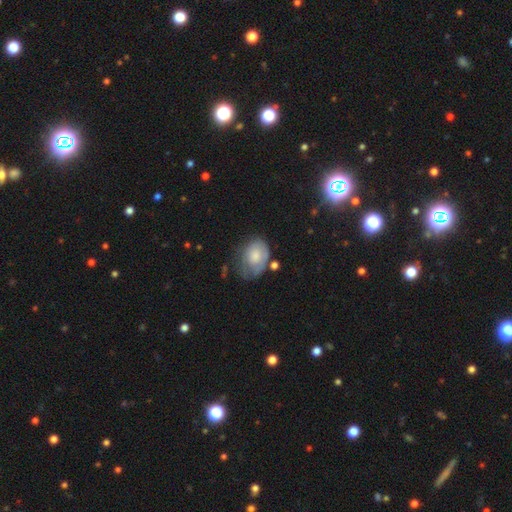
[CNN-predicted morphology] The model was most divided on "merging": none: 41%, minor disturbance: 32%, major disturbance: 21%, merger: 6%. More confident: how rounded — in between (69%); smooth or featured — smooth (59%).